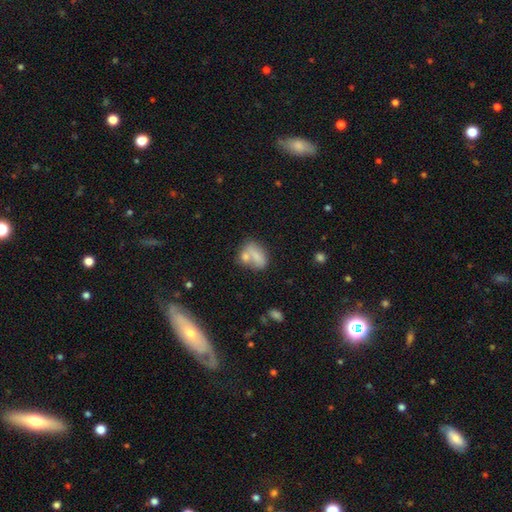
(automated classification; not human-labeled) This appears to be a smooth galaxy with no disk features (73%) that is in between round and cigar-shaped (81%). Merging: merger (46%).